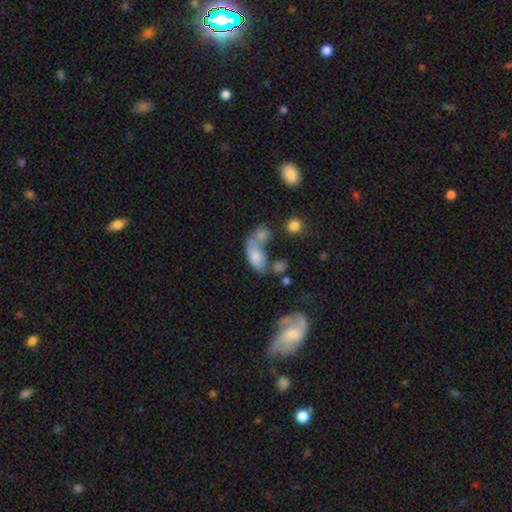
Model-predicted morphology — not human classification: A smooth galaxy with no disk features (73%) that is in between round and cigar-shaped (86%).

Vote fractions:
- Smooth or featured? smooth: 73% / featured or disk: 18% / star or artifact: 9%
- How rounded? in between: 86% / cigar-shaped: 9% / round: 5%
- Merging? merger: 43% / none: 29% / minor disturbance: 16% / major disturbance: 13%